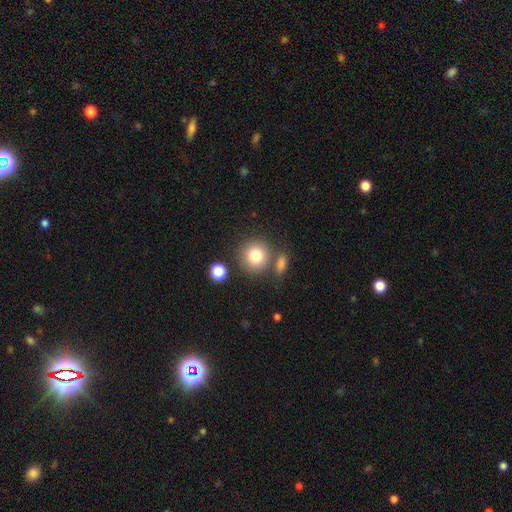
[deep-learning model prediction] smooth-or-featured: smooth: 80% | star or artifact: 10% | featured or disk: 10%
  how-rounded: round: 90% | in between: 9% | cigar-shaped: 1%
  merging: none: 72% | merger: 15% | minor disturbance: 10% | major disturbance: 4%